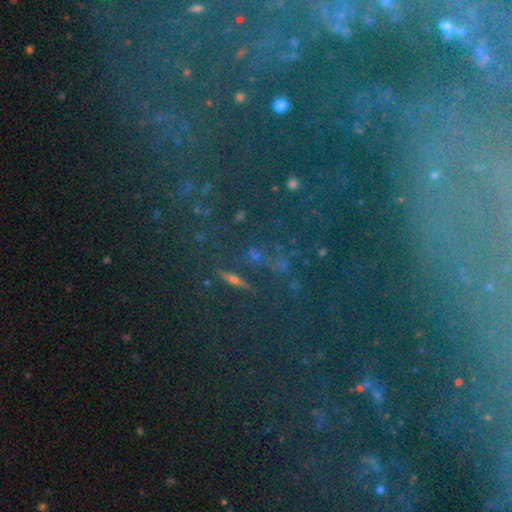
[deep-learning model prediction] star or artifact 71%, smooth 17%, featured or disk 13%.